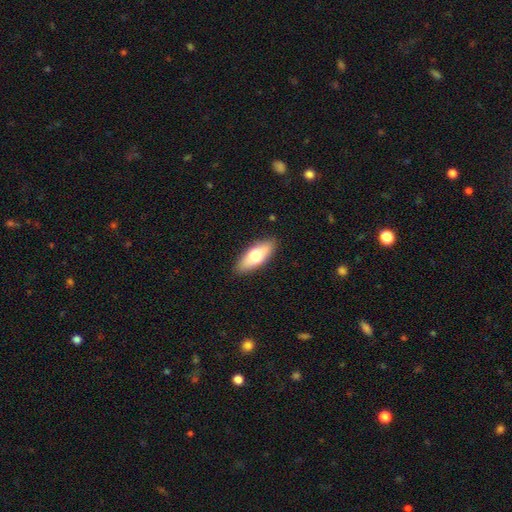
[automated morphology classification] Smooth or featured? smooth (65%)
How rounded? in between (72%)
Merging? none (88%)